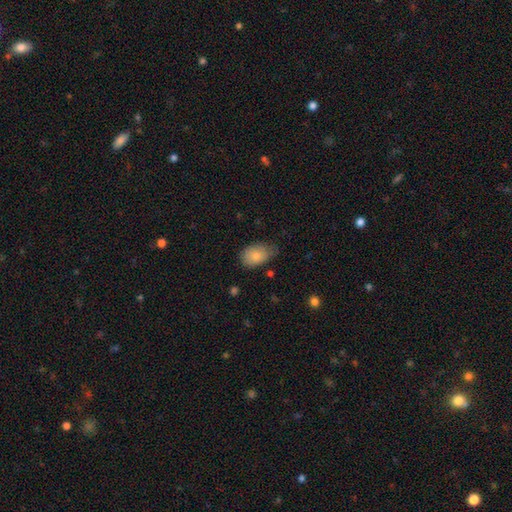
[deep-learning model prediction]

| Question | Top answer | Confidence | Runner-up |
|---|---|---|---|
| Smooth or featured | smooth | 81% | featured or disk (12%) |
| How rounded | in between | 85% | round (14%) |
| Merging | none | 55% | minor disturbance (37%) |